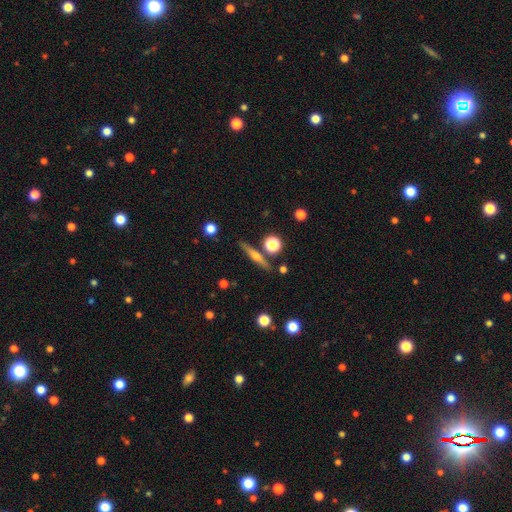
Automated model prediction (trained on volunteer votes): Morphology: type=featured or disk (63%); edge-on=yes (96%); edge-on bulge=rounded (85%); merging=none (86%).